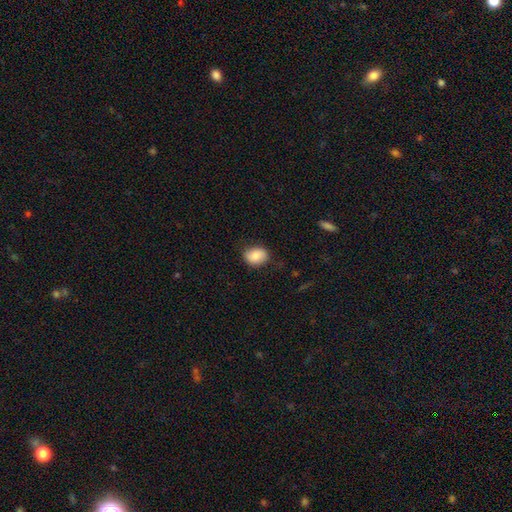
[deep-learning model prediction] The model was most divided on "how rounded": in between: 56%, round: 43%, cigar-shaped: 1%. More confident: smooth or featured — smooth (81%); merging — none (76%).